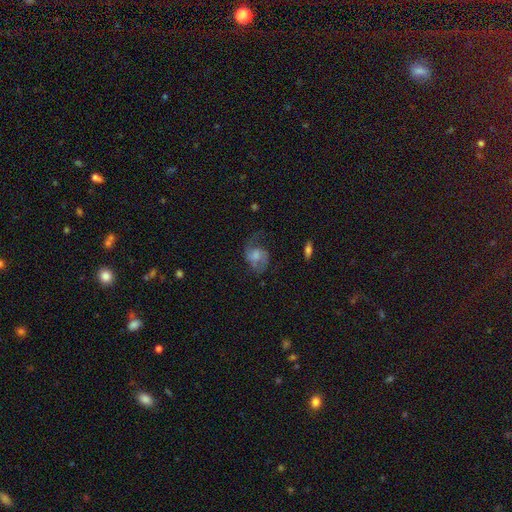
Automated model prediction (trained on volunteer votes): Smooth or featured: featured or disk — 59% (smooth — 31%)
Edge-on disk: no — 97% (yes — 3%)
Bar: no — 63% (weak — 31%)
Spiral arms: yes — 83% (no — 17%)
Bulge size: moderate — 37% (small — 27%)
Merging: none — 46% (major disturbance — 29%)